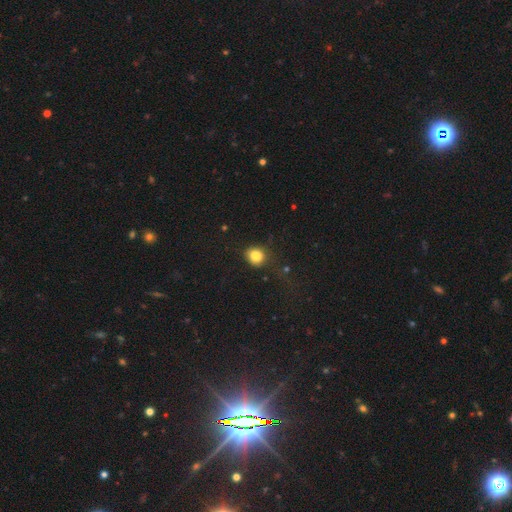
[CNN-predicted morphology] Q: Smooth or featured?
A: smooth (82%); runner-up: star or artifact (12%)
Q: How rounded?
A: round (77%); runner-up: in between (22%)
Q: Merging?
A: none (73%); runner-up: minor disturbance (17%)